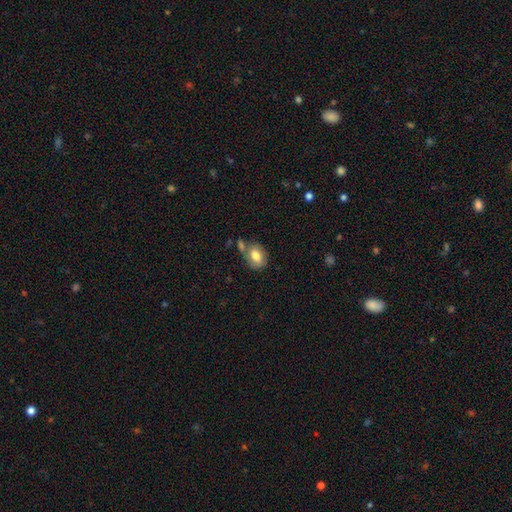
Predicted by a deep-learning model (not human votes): Smooth or featured: smooth — 78% (featured or disk — 15%)
How rounded: in between — 73% (round — 26%)
Merging: none — 55% (merger — 20%)